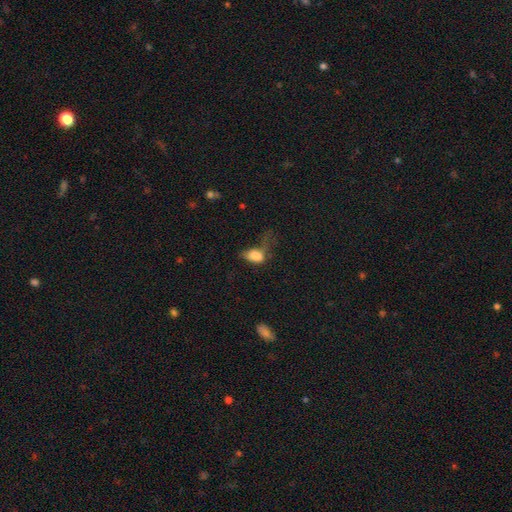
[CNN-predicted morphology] Smooth or featured: smooth — 78% (featured or disk — 12%)
How rounded: in between — 85% (round — 12%)
Merging: major disturbance — 52% (minor disturbance — 23%)